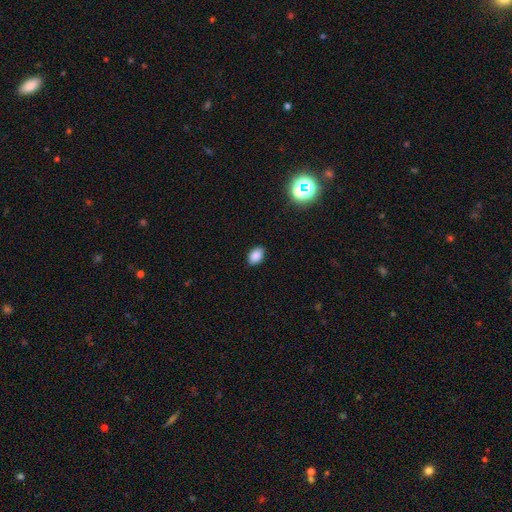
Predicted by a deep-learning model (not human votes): Overall: smooth (87%). How rounded: in between (84%). Merging: none (88%).